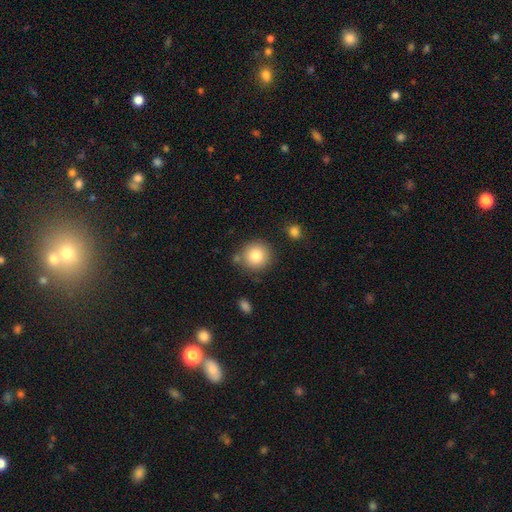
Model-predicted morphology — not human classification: A smooth galaxy with no disk features (81%) that is round (92%).

Vote fractions:
- Smooth or featured? smooth: 81% / featured or disk: 9% / star or artifact: 9%
- How rounded? round: 92% / in between: 7% / cigar-shaped: 1%
- Merging? none: 78% / minor disturbance: 11% / merger: 7% / major disturbance: 3%